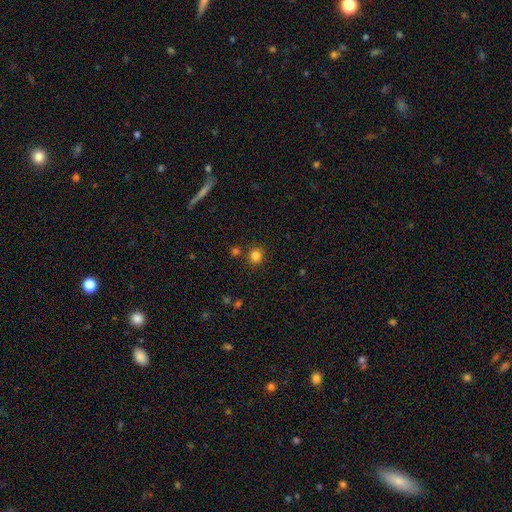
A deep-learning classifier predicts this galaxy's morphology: Overall: smooth (82%). How rounded: round (91%). Merging: none (83%).